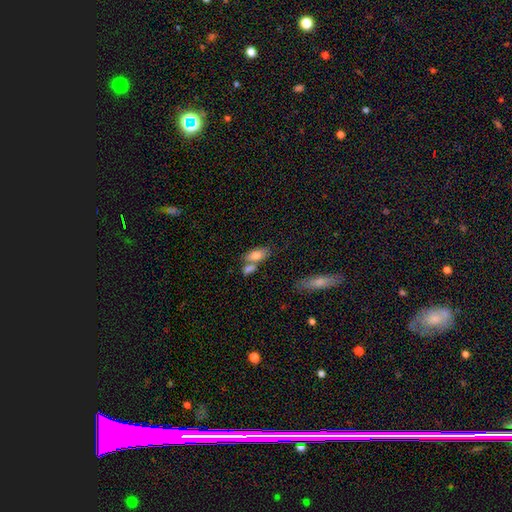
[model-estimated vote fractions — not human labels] Smooth or featured: smooth — 79% (featured or disk — 14%)
How rounded: in between — 86% (cigar-shaped — 10%)
Merging: none — 43% (merger — 40%)